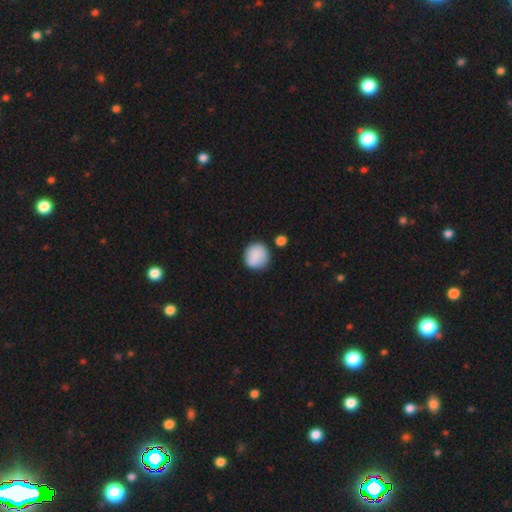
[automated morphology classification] Overall: smooth (87%). How rounded: round (85%). Merging: none (75%).